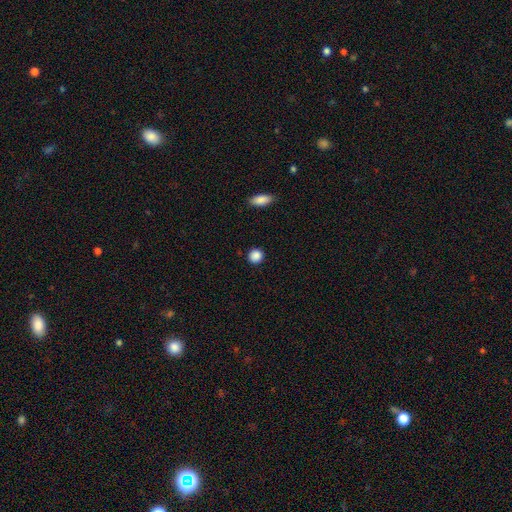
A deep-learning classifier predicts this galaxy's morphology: Overall: smooth (88%). How rounded: round (91%). Merging: none (90%).